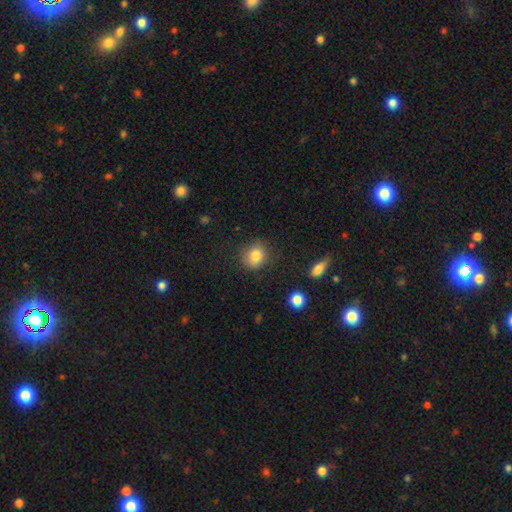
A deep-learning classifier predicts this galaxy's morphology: Smooth or featured? Predicted: smooth (p=0.83). How rounded? Predicted: round (p=0.71). Merging? Predicted: none (p=0.79).